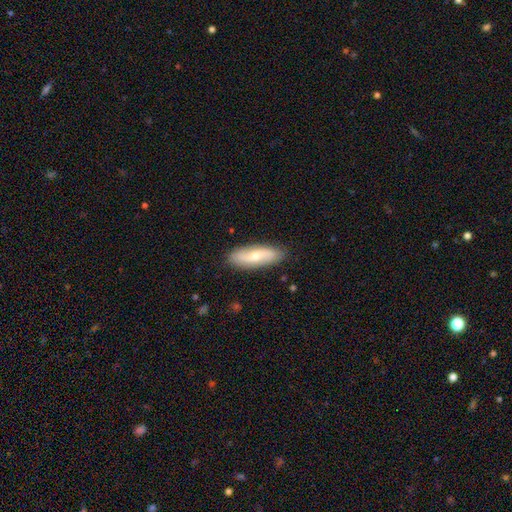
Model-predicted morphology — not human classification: This is possibly a smooth galaxy (51%). How rounded: possibly in between (57%). Merging: clearly none (87%).